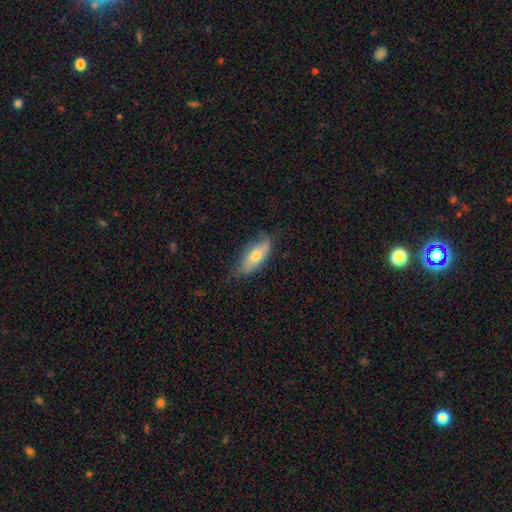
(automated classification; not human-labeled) Q: Smooth or featured?
A: smooth (64%); runner-up: featured or disk (29%)
Q: How rounded?
A: in between (76%); runner-up: cigar-shaped (21%)
Q: Merging?
A: none (71%); runner-up: minor disturbance (24%)